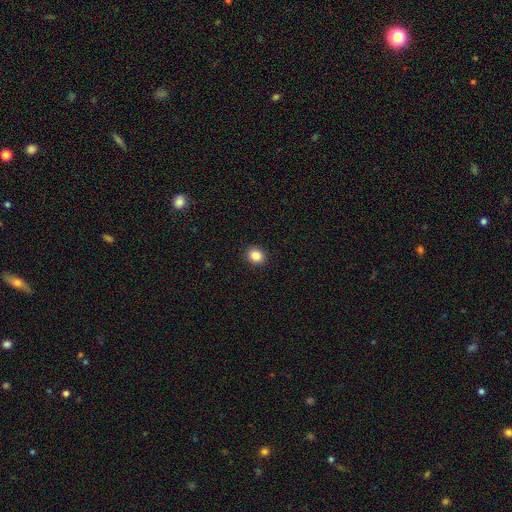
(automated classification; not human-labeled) smooth_or_featured: smooth (p=0.86) [alt: star or artifact p=0.10]
how_rounded: round (p=0.65) [alt: in between p=0.35]
merging: none (p=0.91) [alt: minor disturbance p=0.06]